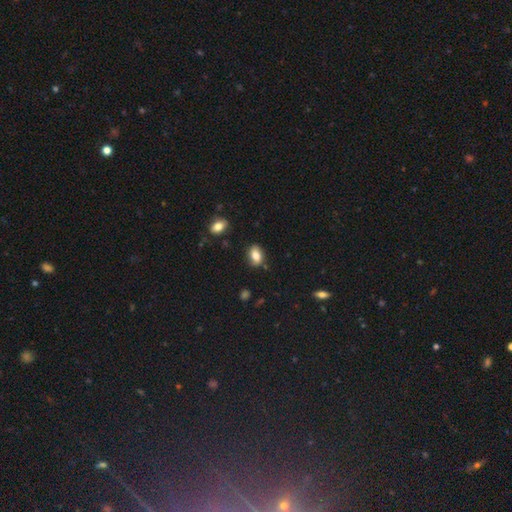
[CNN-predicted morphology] A smooth galaxy with no disk features (79%) that is in between round and cigar-shaped (85%). Merging: none (80%).